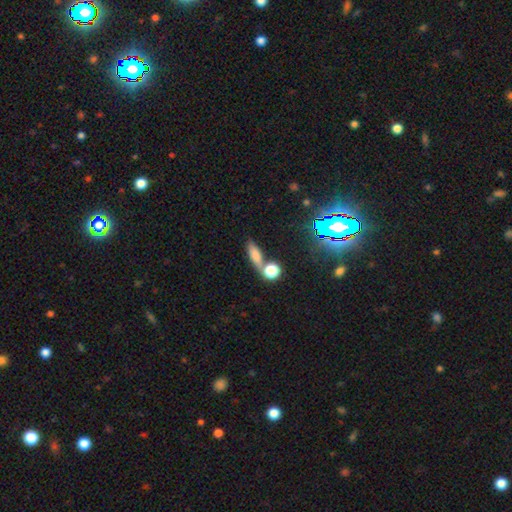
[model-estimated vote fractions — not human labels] smooth-or-featured: smooth: 67% | star or artifact: 17% | featured or disk: 16%
  how-rounded: in between: 48% | cigar-shaped: 37% | round: 15%
  merging: none: 54% | merger: 30% | minor disturbance: 11% | major disturbance: 5%